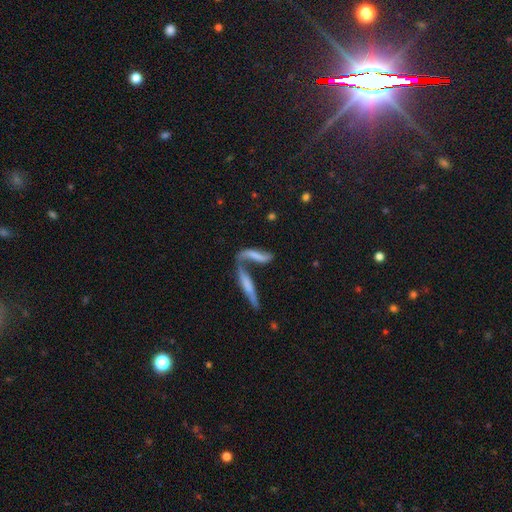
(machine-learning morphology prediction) smooth-or-featured: smooth: 46% | featured or disk: 44% | star or artifact: 9%
  merging: merger: 54% | none: 25% | major disturbance: 11% | minor disturbance: 10%